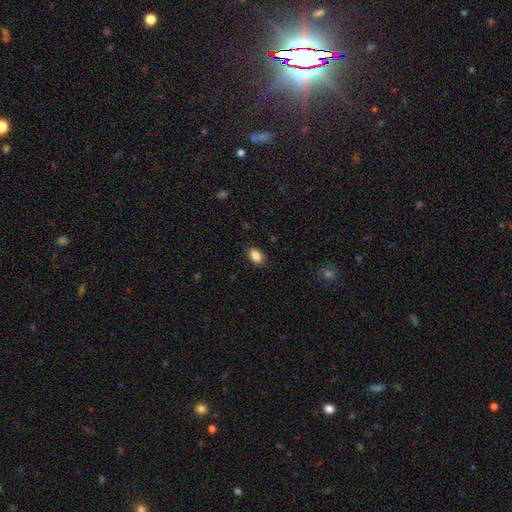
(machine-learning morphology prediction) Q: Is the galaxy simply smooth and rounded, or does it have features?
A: smooth — 88%.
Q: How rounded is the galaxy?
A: in between — 89%.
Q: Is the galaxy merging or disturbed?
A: none — 87%.